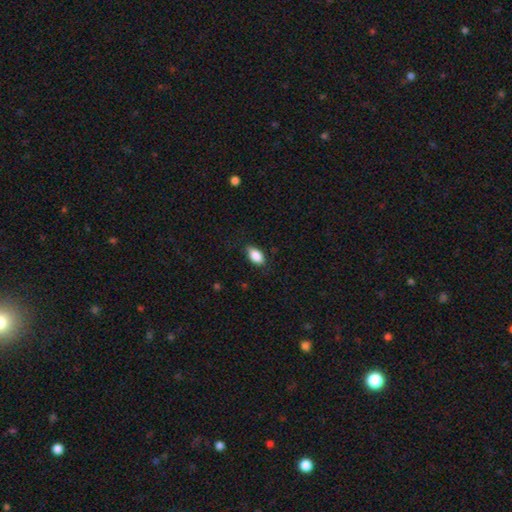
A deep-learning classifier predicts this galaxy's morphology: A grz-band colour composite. It shows a smooth galaxy with no disk features (86%) that is in between round and cigar-shaped (91%). Merging: none (78%).